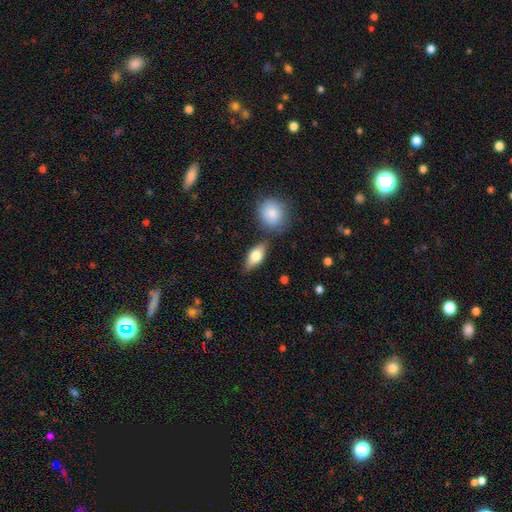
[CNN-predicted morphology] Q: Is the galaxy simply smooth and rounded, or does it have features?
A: smooth — 69%.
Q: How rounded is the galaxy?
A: in between — 81%.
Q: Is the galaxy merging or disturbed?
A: none — 75%.